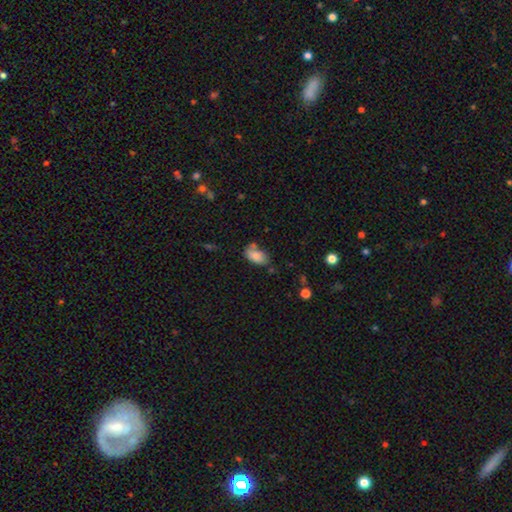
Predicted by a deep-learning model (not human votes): smooth-or-featured: smooth: 83% | featured or disk: 9% | star or artifact: 8%
  how-rounded: in between: 92% | round: 5% | cigar-shaped: 2%
  merging: none: 59% | minor disturbance: 23% | merger: 13% | major disturbance: 6%